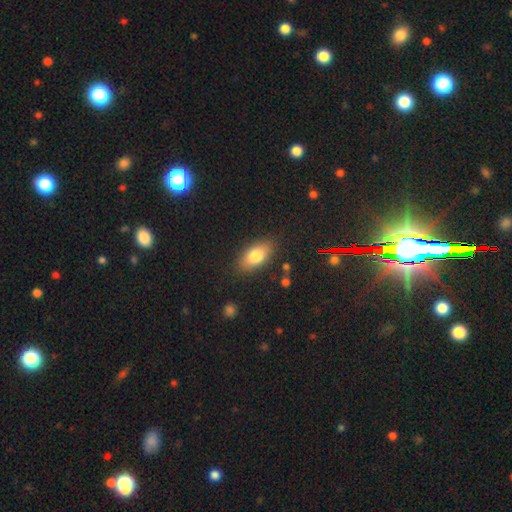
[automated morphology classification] A smooth galaxy with no disk features (79%) that is in between round and cigar-shaped (89%).

Vote fractions:
- Smooth or featured? smooth: 79% / featured or disk: 13% / star or artifact: 8%
- How rounded? in between: 89% / cigar-shaped: 6% / round: 5%
- Merging? none: 84% / minor disturbance: 11% / major disturbance: 3% / merger: 2%